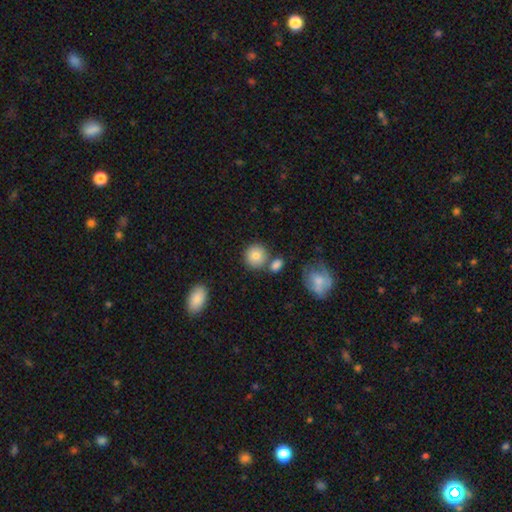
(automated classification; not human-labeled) Q: Smooth or featured?
A: smooth (82%); runner-up: featured or disk (9%)
Q: How rounded?
A: round (88%); runner-up: in between (11%)
Q: Merging?
A: none (69%); runner-up: merger (18%)